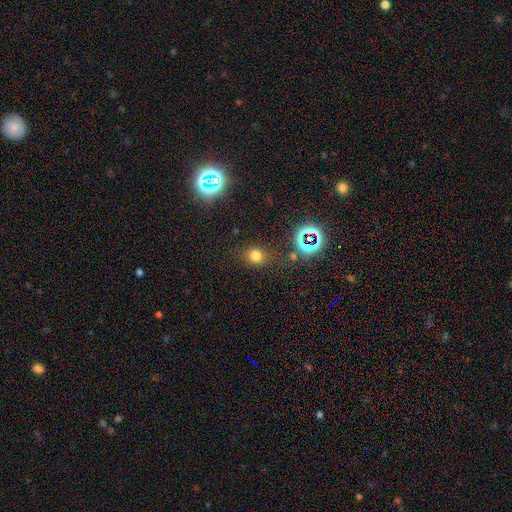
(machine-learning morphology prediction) Smooth or featured: smooth — 70% (star or artifact — 22%)
How rounded: round — 69% (in between — 30%)
Merging: none — 77% (minor disturbance — 13%)